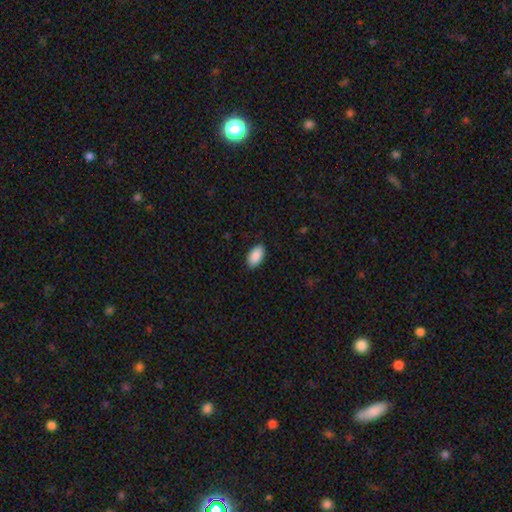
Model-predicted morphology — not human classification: smooth_or_featured: smooth (p=0.90) [alt: star or artifact p=0.06]
how_rounded: in between (p=0.95) [alt: round p=0.03]
merging: none (p=0.88) [alt: minor disturbance p=0.09]